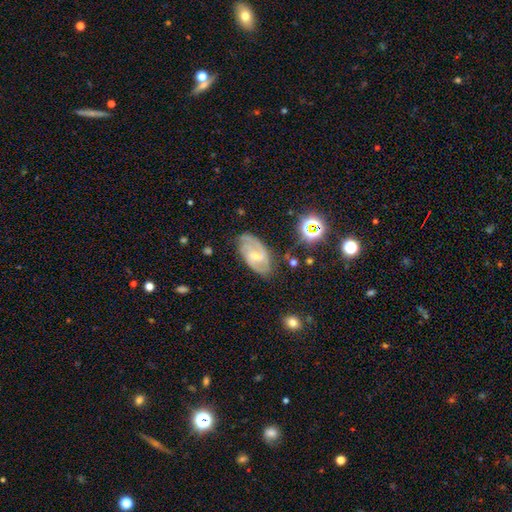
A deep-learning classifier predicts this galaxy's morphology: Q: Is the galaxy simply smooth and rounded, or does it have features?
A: featured or disk — 79%.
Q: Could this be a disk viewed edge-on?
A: no — 96%.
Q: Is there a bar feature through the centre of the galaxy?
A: weak — 55%.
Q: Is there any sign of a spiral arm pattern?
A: yes — 95%.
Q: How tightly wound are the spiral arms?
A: medium — 48%.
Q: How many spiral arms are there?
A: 2 — 63%.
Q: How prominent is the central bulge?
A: small — 61%.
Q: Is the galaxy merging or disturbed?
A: none — 69%.